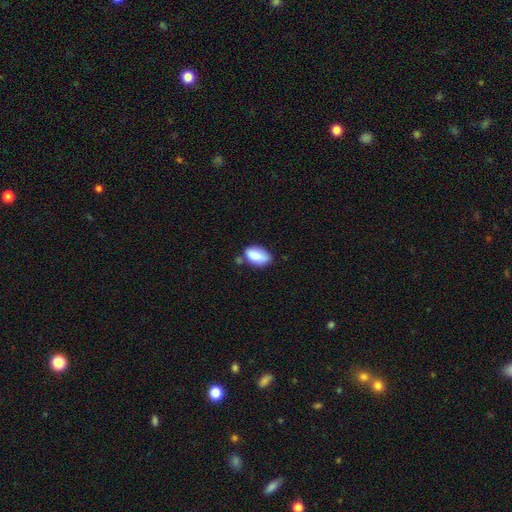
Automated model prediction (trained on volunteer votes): smooth-or-featured: smooth: 82% | featured or disk: 11% | star or artifact: 7%
  how-rounded: in between: 92% | round: 6% | cigar-shaped: 3%
  merging: none: 60% | minor disturbance: 24% | merger: 10% | major disturbance: 5%